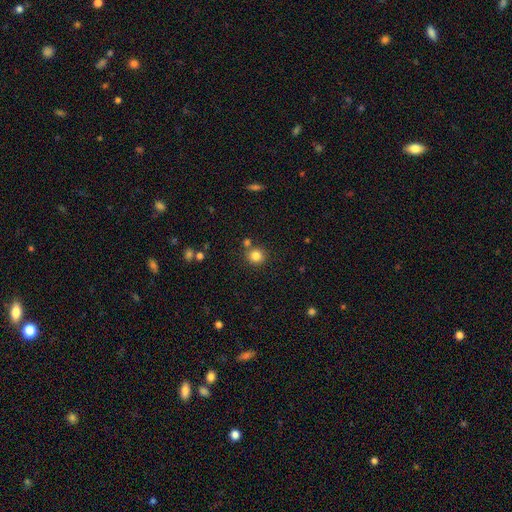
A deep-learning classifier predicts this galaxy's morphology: A smooth galaxy with no disk features (83%) that is round (90%).

Vote fractions:
- Smooth or featured? smooth: 83% / star or artifact: 12% / featured or disk: 6%
- How rounded? round: 90% / in between: 9% / cigar-shaped: 1%
- Merging? none: 77% / merger: 12% / minor disturbance: 8% / major disturbance: 3%